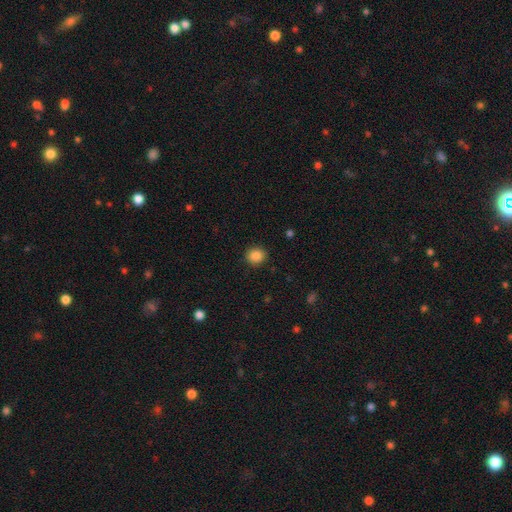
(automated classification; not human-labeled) The model was most divided on "how rounded": round: 84%, in between: 15%, cigar-shaped: 1%. More confident: merging — none (90%); smooth or featured — smooth (87%).